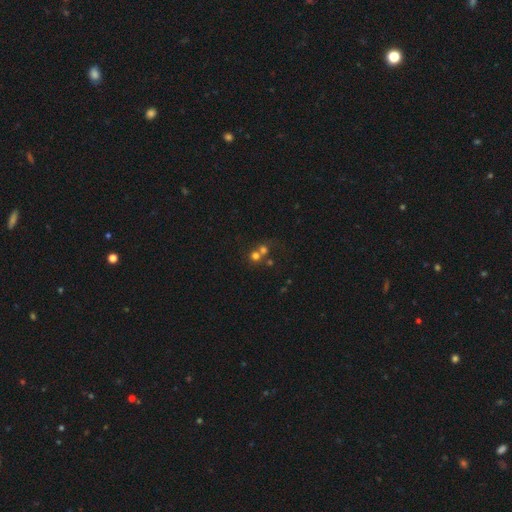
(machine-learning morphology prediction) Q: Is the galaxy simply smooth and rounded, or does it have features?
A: smooth — 65%.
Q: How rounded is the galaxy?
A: round — 87%.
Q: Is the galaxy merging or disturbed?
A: merger — 51%.